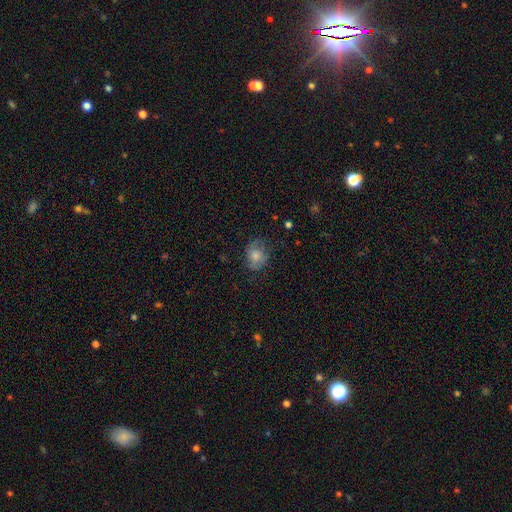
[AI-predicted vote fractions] This is likely a smooth galaxy (70%). How rounded: possibly round (54%). Merging: possibly none (60%).